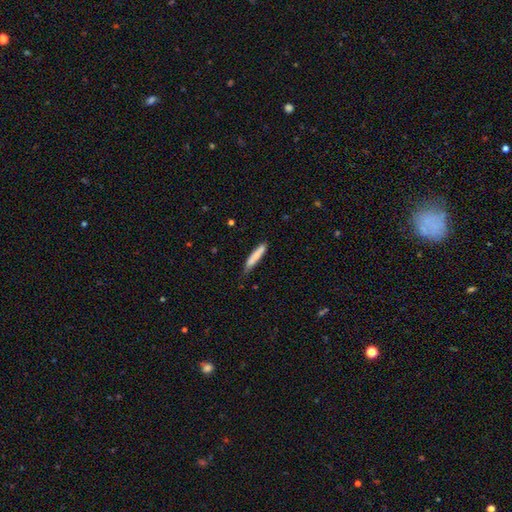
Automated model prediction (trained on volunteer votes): Morphology: type=smooth (78%); roundness=cigar-shaped (90%); merging=none (66%).